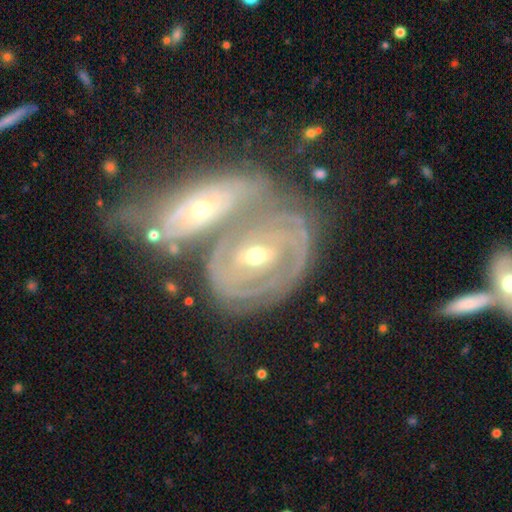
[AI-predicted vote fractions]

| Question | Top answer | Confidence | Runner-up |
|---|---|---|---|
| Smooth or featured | featured or disk | 81% | smooth (13%) |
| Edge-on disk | no | 92% | yes (8%) |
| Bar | no | 47% | weak (36%) |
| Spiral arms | yes | 78% | no (22%) |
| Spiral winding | tight | 74% | medium (20%) |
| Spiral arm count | can't tell | 51% | 2 (28%) |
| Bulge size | moderate | 51% | small (45%) |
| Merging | merger | 55% | none (29%) |